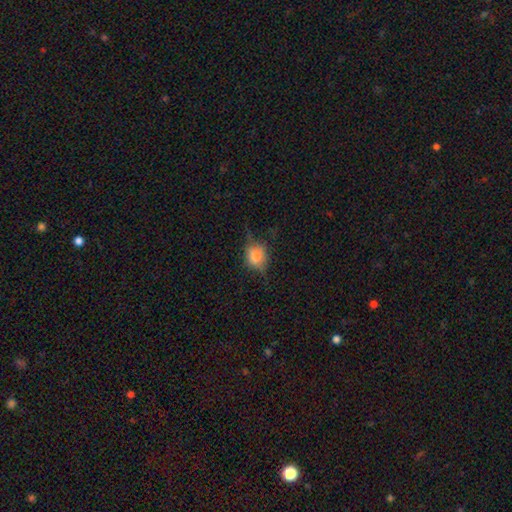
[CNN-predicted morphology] smooth-or-featured: smooth: 65% | featured or disk: 23% | star or artifact: 11%
  how-rounded: round: 59% | in between: 39% | cigar-shaped: 2%
  merging: none: 61% | minor disturbance: 26% | major disturbance: 11% | merger: 1%